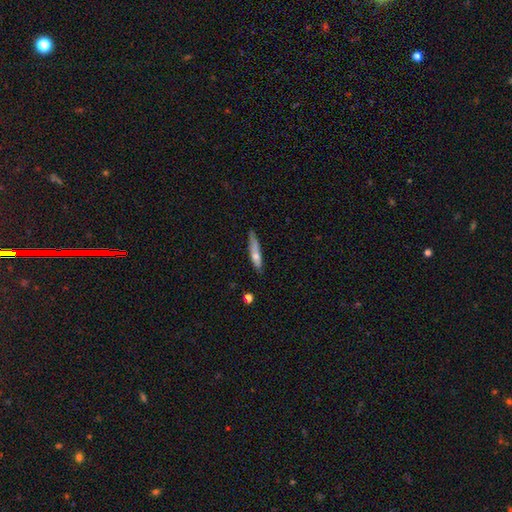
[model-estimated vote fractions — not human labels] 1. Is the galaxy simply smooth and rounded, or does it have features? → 54% smooth, 39% featured or disk, 7% star or artifact.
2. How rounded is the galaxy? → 88% cigar-shaped, 10% in between, 2% round.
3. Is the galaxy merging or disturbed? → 76% none, 19% minor disturbance, 3% major disturbance, 2% merger.